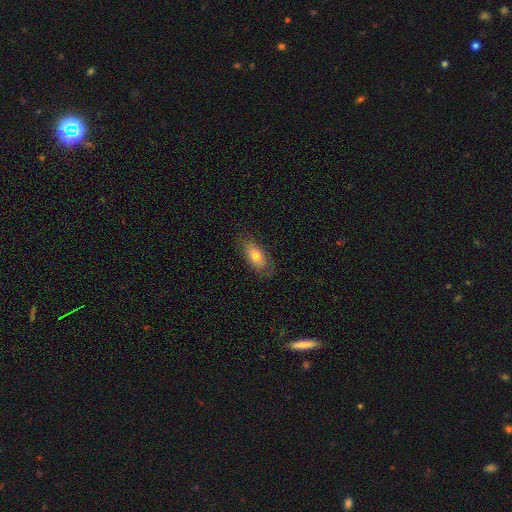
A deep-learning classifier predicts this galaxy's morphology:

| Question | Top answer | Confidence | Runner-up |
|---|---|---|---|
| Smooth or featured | smooth | 69% | featured or disk (24%) |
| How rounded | in between | 87% | cigar-shaped (8%) |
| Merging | none | 73% | minor disturbance (19%) |